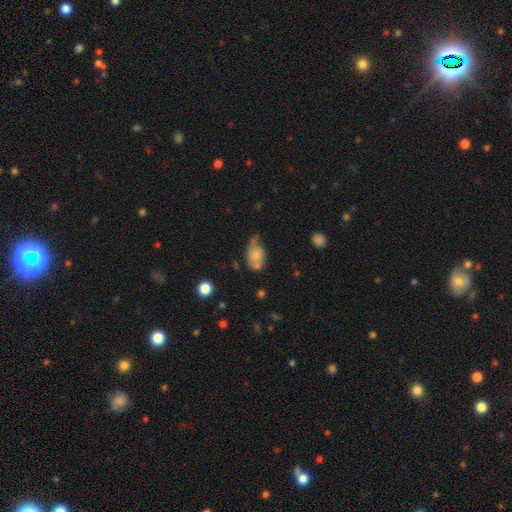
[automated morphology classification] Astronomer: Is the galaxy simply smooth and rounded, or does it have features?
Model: smooth — 69%.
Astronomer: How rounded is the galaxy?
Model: in between — 85%.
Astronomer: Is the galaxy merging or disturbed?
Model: none — 35% (runner-up: minor disturbance, 33%).